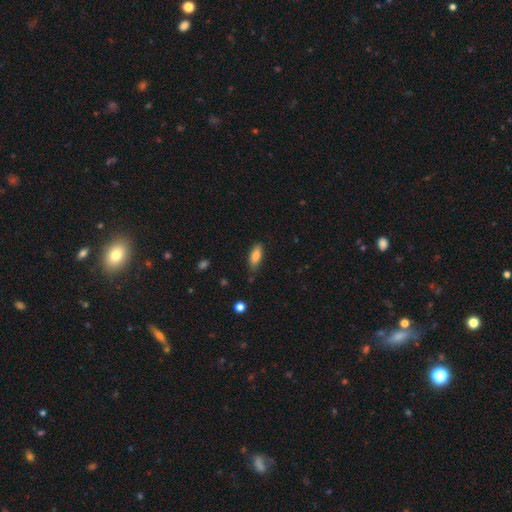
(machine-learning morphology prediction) This is likely a smooth galaxy (79%). How rounded: likely in between (68%). Merging: likely none (76%).